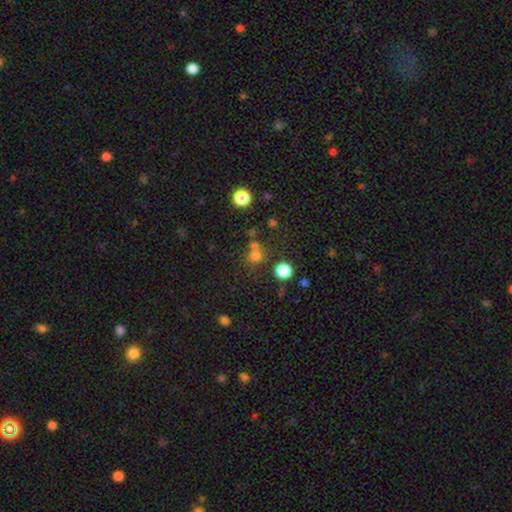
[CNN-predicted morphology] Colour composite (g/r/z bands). It shows a smooth galaxy with no disk features (69%) that is round (87%). Merging: none (57%).